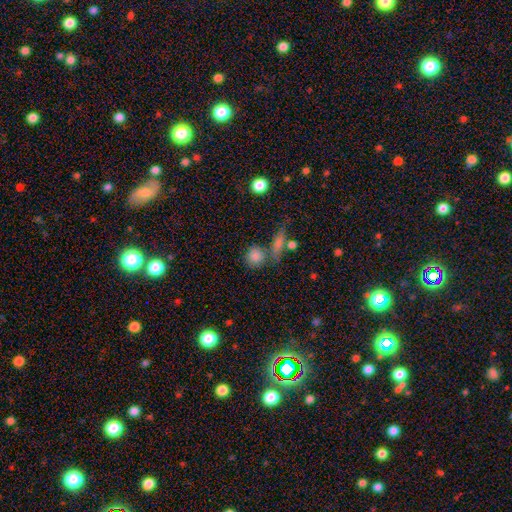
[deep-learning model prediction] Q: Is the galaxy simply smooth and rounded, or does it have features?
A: smooth — 80%.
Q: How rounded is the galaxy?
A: round — 77%.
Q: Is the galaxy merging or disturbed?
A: none — 66%.